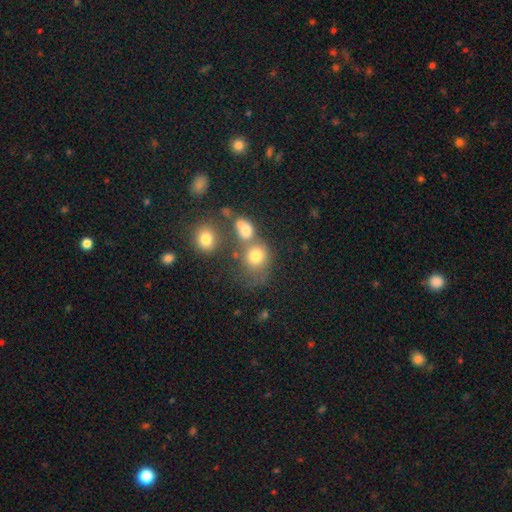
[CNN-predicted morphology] Smooth or featured? smooth (75%)
How rounded? round (71%)
Merging? none (43%)